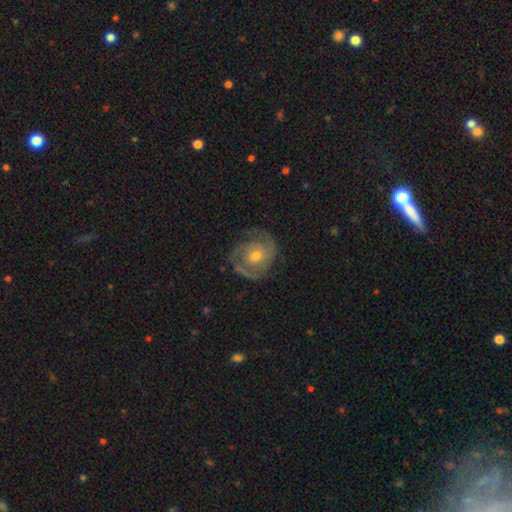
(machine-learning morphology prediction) Smooth or featured? Predicted: featured or disk (p=0.82). Edge-on disk? Predicted: no (p=0.97). Bar? Predicted: no (p=0.62). Spiral arms? Predicted: yes (p=0.93). Spiral winding? Predicted: tight (p=0.52). Spiral arm count? Predicted: 2 (p=0.56). Bulge size? Predicted: moderate (p=0.52). Merging? Predicted: none (p=0.71).